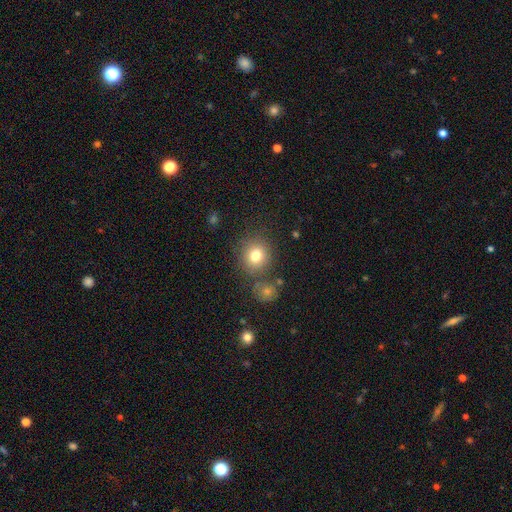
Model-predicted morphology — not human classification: Smooth or featured?
  - smooth: 78% *
  - star or artifact: 12%
  - featured or disk: 9%
How rounded?
  - round: 87% *
  - in between: 12%
  - cigar-shaped: 1%
Merging?
  - none: 79% *
  - minor disturbance: 10%
  - merger: 7%
  - major disturbance: 4%